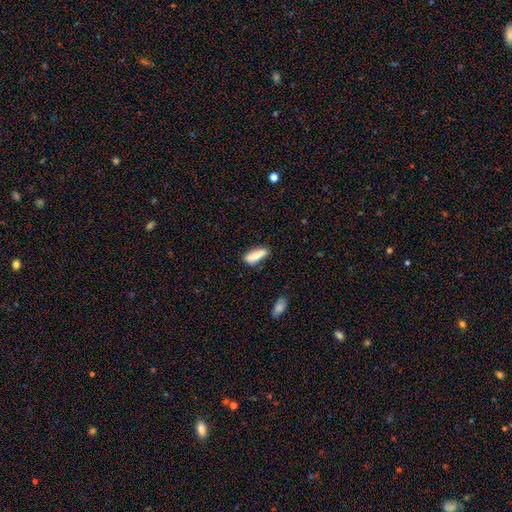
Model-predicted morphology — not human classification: This is likely a smooth galaxy (76%). How rounded: possibly in between (54%). Merging: likely none (75%).